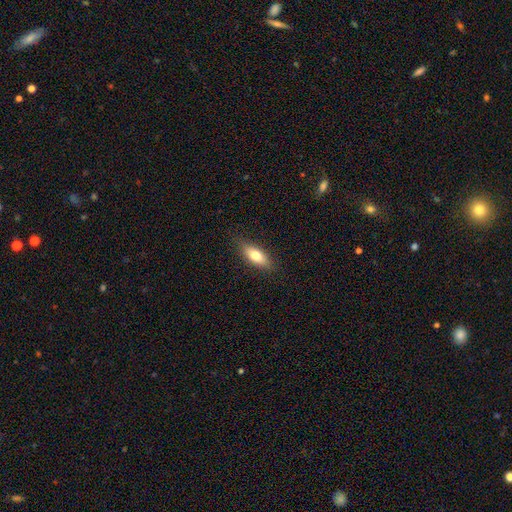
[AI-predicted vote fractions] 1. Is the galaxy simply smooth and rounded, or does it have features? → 74% smooth, 19% featured or disk, 7% star or artifact.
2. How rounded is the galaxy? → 73% in between, 24% cigar-shaped, 3% round.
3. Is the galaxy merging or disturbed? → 85% none, 11% minor disturbance, 2% major disturbance, 1% merger.